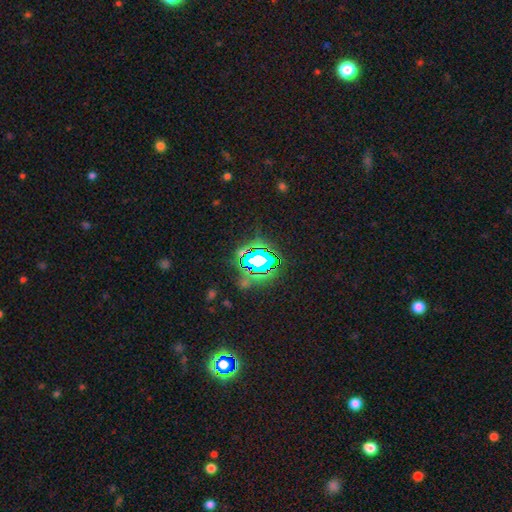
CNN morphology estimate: Smooth or featured? star or artifact (73%)